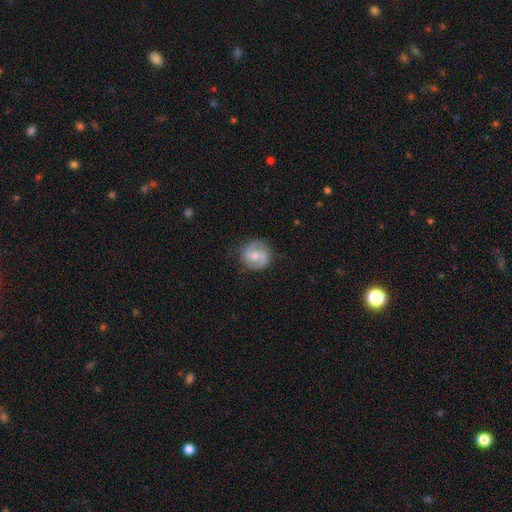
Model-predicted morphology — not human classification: Overall: featured or disk (67%; smooth 27%). Edge-on disk: no (98%). Bar: weak (49%; no 34%). Spiral arms: yes (90%). Spiral arm count: 2 (89%). Spiral winding: medium (49%; tight 25%). Bulge size: moderate (52%; small 42%). Merging: none (83%).